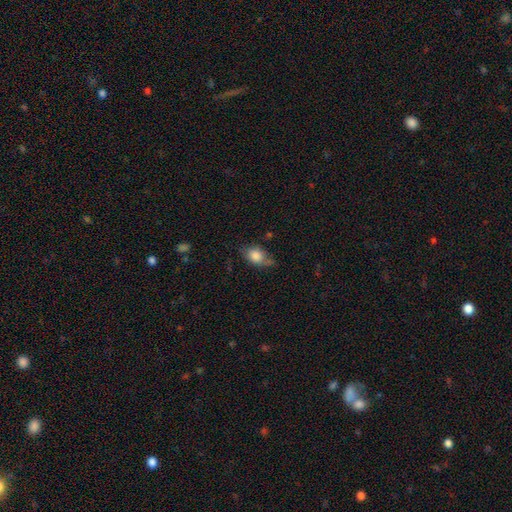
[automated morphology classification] This appears to be a smooth galaxy with no disk features (79%) that is in between round and cigar-shaped (72%). Merging: none (50%).